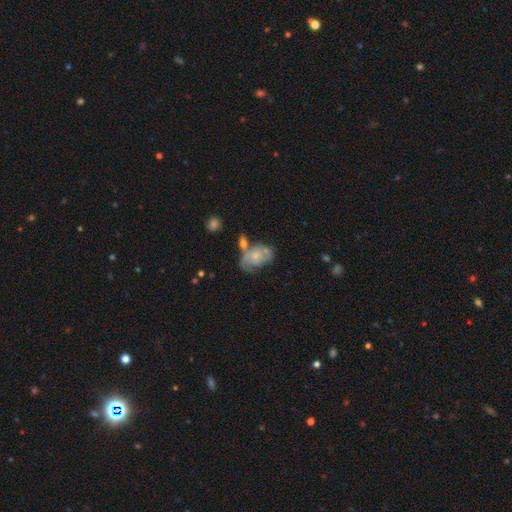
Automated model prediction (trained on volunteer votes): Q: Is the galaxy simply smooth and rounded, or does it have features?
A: featured or disk — 50%.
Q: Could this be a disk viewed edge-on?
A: no — 96%.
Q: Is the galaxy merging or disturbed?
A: none — 31%.